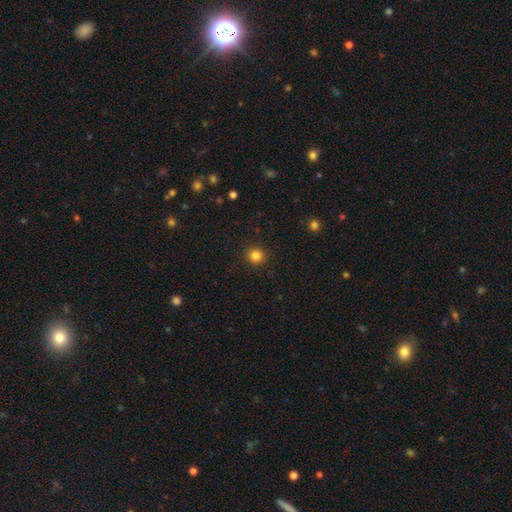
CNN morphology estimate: smooth 84%, star or artifact 12%, featured or disk 4%. Down the decision tree: how rounded — round (92%); merging — none (92%).